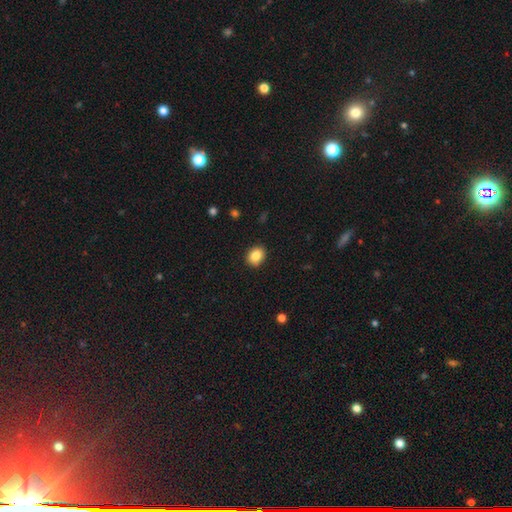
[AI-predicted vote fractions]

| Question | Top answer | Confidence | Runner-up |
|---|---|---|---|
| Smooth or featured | smooth | 86% | star or artifact (9%) |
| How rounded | in between | 50% | round (49%) |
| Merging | none | 90% | minor disturbance (8%) |